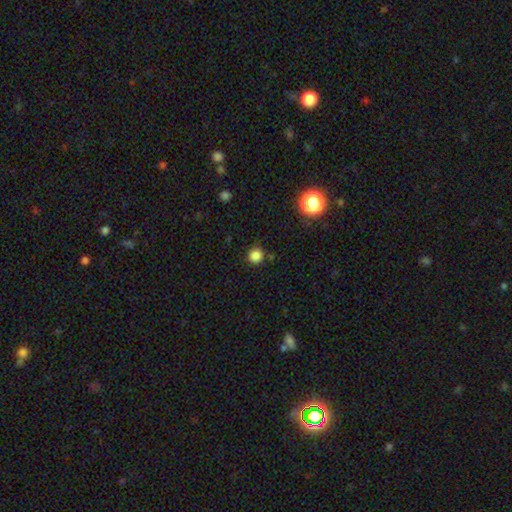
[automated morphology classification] A smooth galaxy with no disk features (84%) that is round (92%).

Vote fractions:
- Smooth or featured? smooth: 84% / star or artifact: 13% / featured or disk: 3%
- How rounded? round: 92% / in between: 7% / cigar-shaped: 1%
- Merging? none: 86% / minor disturbance: 9% / major disturbance: 3% / merger: 2%